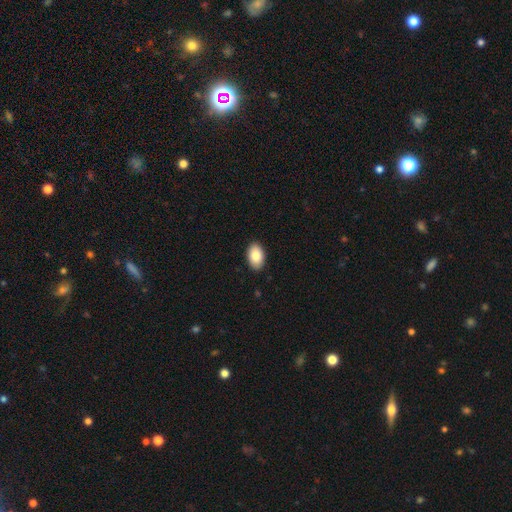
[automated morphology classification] smooth_or_featured: smooth (p=0.87) [alt: star or artifact p=0.07]
how_rounded: in between (p=0.92) [alt: round p=0.07]
merging: none (p=0.90) [alt: minor disturbance p=0.07]